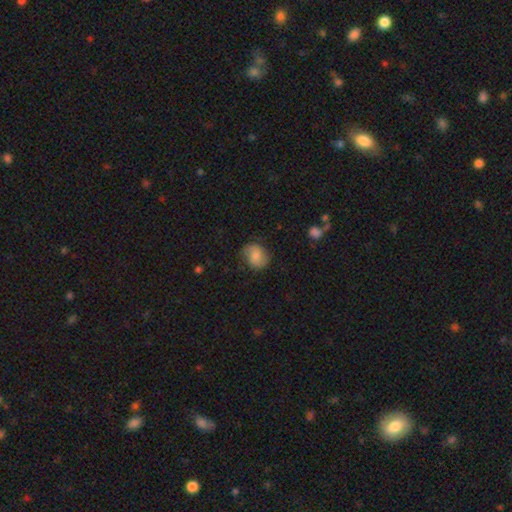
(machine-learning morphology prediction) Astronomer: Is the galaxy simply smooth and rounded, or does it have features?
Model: smooth — 70%.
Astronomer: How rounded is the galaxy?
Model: round — 57% (runner-up: in between, 42%).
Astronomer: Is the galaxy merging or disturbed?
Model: none — 74%.